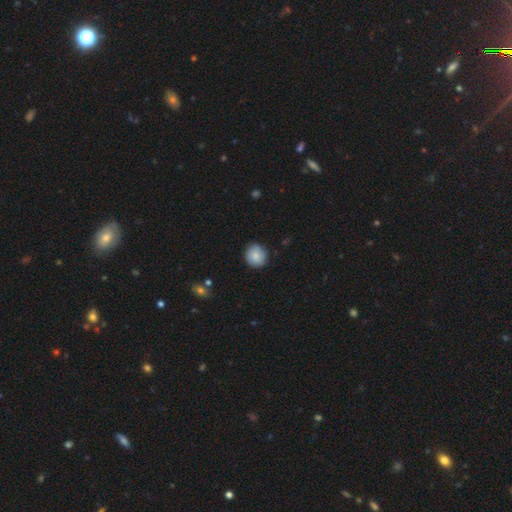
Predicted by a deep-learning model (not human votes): smooth-or-featured: smooth: 81% | featured or disk: 11% | star or artifact: 7%
  how-rounded: round: 88% | in between: 11% | cigar-shaped: 1%
  merging: none: 86% | minor disturbance: 11% | major disturbance: 2% | merger: 1%